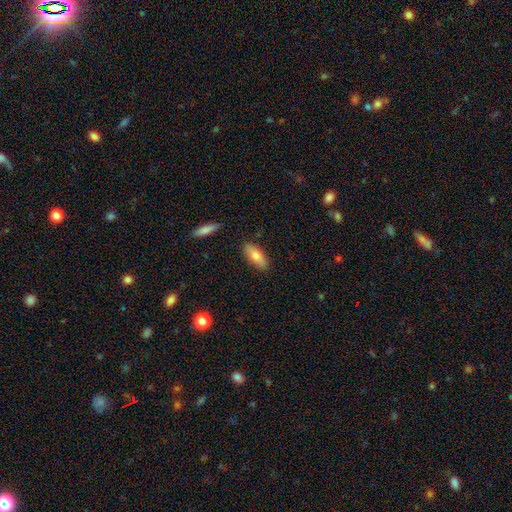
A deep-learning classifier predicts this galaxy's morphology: Smooth or featured? Predicted: smooth (p=0.76). How rounded? Predicted: in between (p=0.73). Merging? Predicted: none (p=0.86).